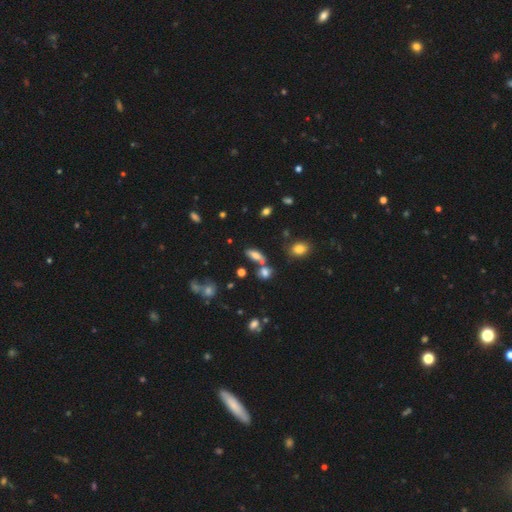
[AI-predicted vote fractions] This is likely a smooth galaxy (71%). How rounded: likely in between (76%). Merging: possibly none (55%).